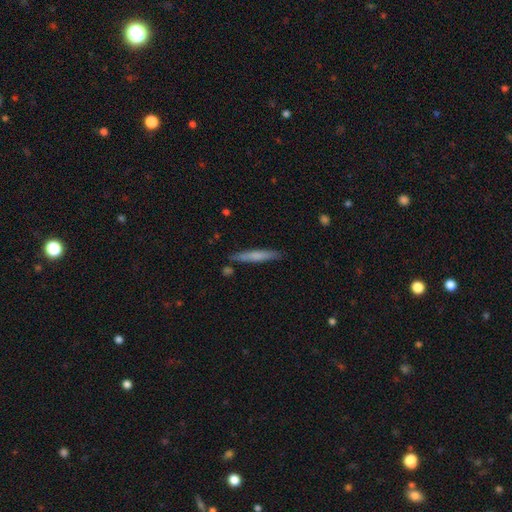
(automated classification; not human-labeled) This is likely a smooth galaxy (63%). How rounded: clearly cigar-shaped (94%). Merging: clearly none (85%).